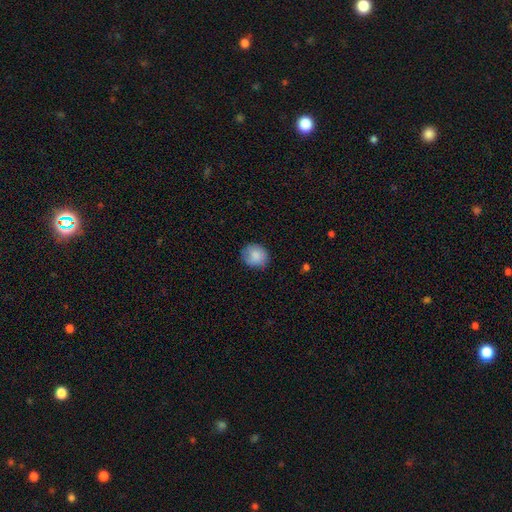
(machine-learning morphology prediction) type=smooth (84%); roundness=round (78%); merging=none (80%).